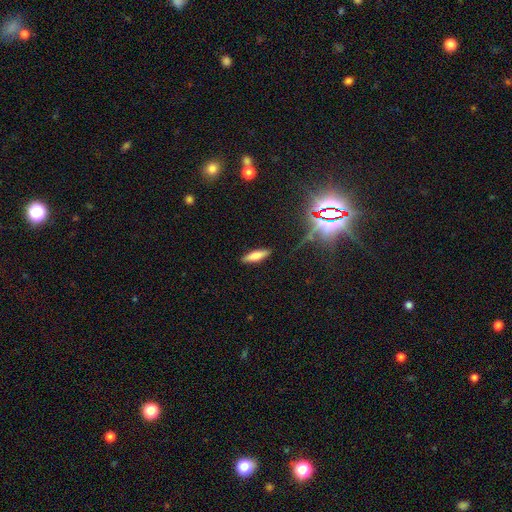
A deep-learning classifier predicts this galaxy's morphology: The model was most divided on "how rounded": cigar-shaped: 57%, in between: 41%, round: 2%. More confident: merging — none (87%); smooth or featured — smooth (73%).